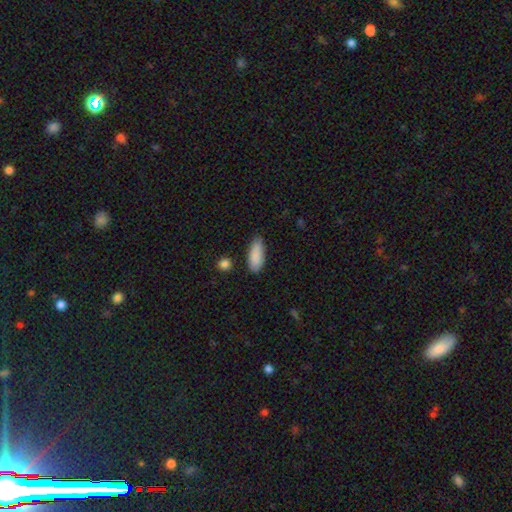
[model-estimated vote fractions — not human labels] This is clearly a smooth galaxy (88%). How rounded: likely in between (78%). Merging: likely none (72%).